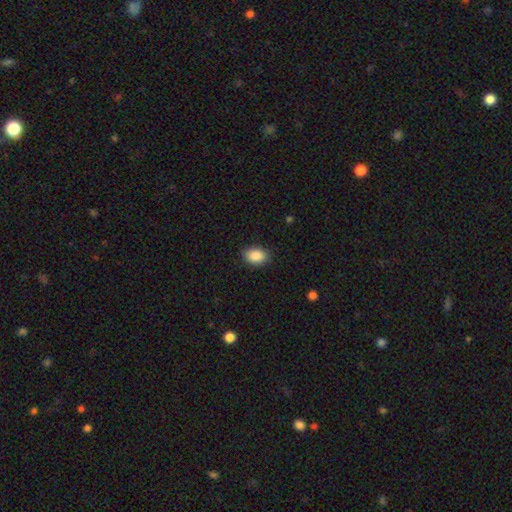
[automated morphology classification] Smooth or featured?
  - smooth: 88% *
  - star or artifact: 8%
  - featured or disk: 4%
How rounded?
  - in between: 79% *
  - round: 20%
  - cigar-shaped: 1%
Merging?
  - none: 87% *
  - minor disturbance: 10%
  - major disturbance: 2%
  - merger: 1%